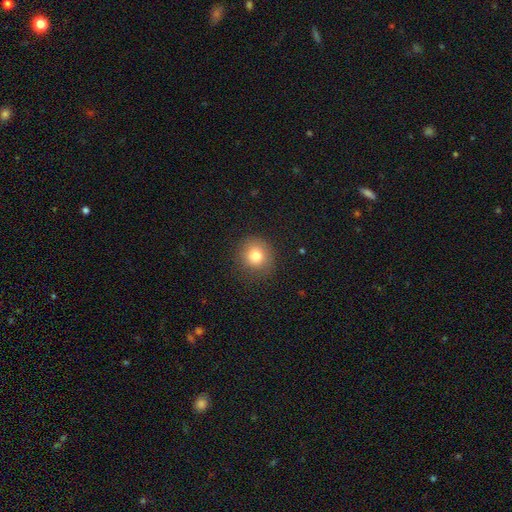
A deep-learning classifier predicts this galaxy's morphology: Q: Smooth or featured?
A: smooth (79%); runner-up: star or artifact (12%)
Q: How rounded?
A: round (87%); runner-up: in between (12%)
Q: Merging?
A: none (86%); runner-up: minor disturbance (10%)